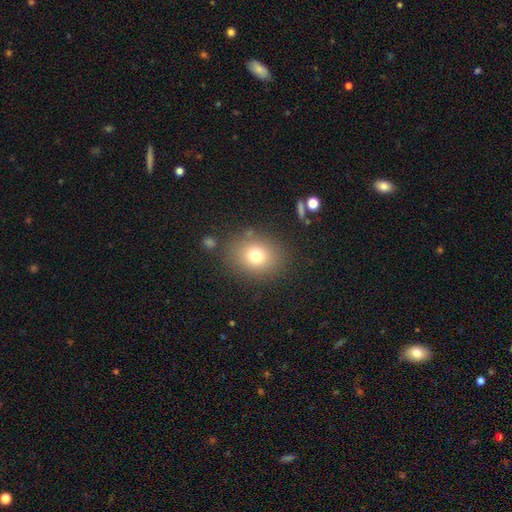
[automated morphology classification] Overall: smooth (75%). How rounded: round (62%; in between 37%). Merging: none (82%).